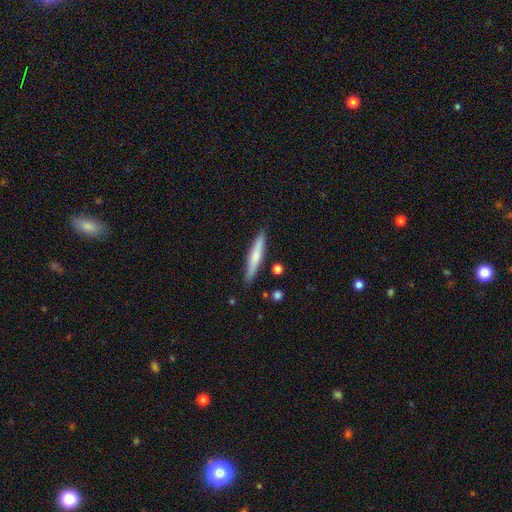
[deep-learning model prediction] Q: Smooth or featured?
A: smooth (61%); runner-up: featured or disk (33%)
Q: How rounded?
A: cigar-shaped (92%); runner-up: in between (7%)
Q: Merging?
A: none (86%); runner-up: minor disturbance (10%)